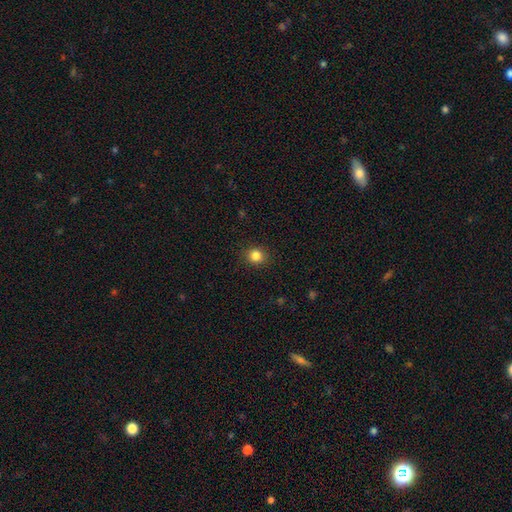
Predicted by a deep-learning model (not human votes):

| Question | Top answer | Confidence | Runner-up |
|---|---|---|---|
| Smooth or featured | smooth | 84% | star or artifact (12%) |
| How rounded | round | 84% | in between (15%) |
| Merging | none | 90% | minor disturbance (7%) |